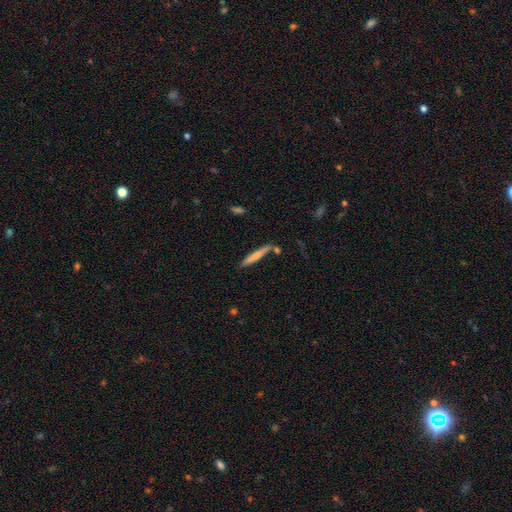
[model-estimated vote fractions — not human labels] Smooth or featured?
  - smooth: 66% *
  - featured or disk: 28%
  - star or artifact: 6%
How rounded?
  - cigar-shaped: 94% *
  - in between: 5%
  - round: 1%
Merging?
  - none: 75% *
  - minor disturbance: 14%
  - merger: 8%
  - major disturbance: 3%